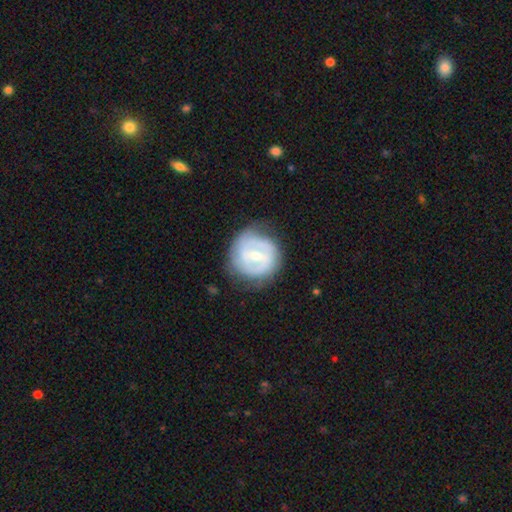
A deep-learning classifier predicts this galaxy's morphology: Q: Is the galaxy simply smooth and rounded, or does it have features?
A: featured or disk — 69%.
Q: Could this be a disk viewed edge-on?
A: no — 97%.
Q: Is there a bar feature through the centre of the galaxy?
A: weak — 54%.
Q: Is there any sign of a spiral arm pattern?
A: yes — 72%.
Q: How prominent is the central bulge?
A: moderate — 51%.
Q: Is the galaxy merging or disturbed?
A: none — 68%.